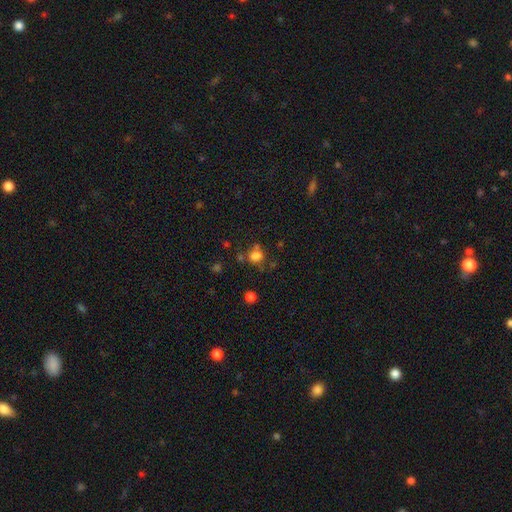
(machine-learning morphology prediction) Smooth or featured?
  - smooth: 73% *
  - star or artifact: 17%
  - featured or disk: 10%
How rounded?
  - round: 61% *
  - in between: 37%
  - cigar-shaped: 1%
Merging?
  - none: 52% *
  - merger: 21%
  - minor disturbance: 17%
  - major disturbance: 10%